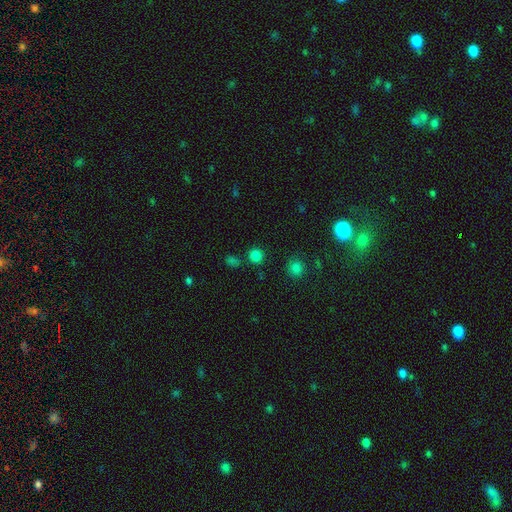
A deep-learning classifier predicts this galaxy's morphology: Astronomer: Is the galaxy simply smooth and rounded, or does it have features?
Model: smooth — 79%.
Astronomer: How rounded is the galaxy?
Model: round — 88%.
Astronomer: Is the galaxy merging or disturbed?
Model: none — 81%.